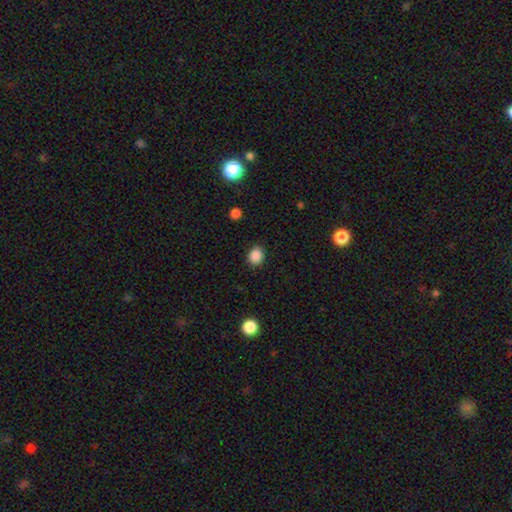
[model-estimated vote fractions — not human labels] The model was most divided on "how rounded": round: 67%, in between: 32%, cigar-shaped: 1%. More confident: merging — none (88%); smooth or featured — smooth (87%).